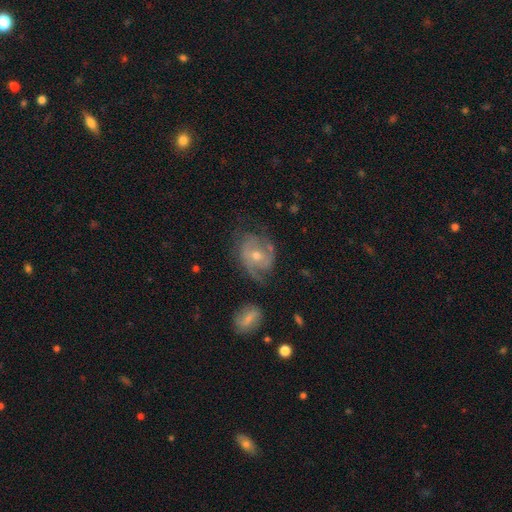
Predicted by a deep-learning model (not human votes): This appears to be a featured or disk galaxy (77%) with no bar (61%), 2 (52%) medium (42%) spiral arms (87%) and a moderate central bulge (56%). Merging: none (55%).